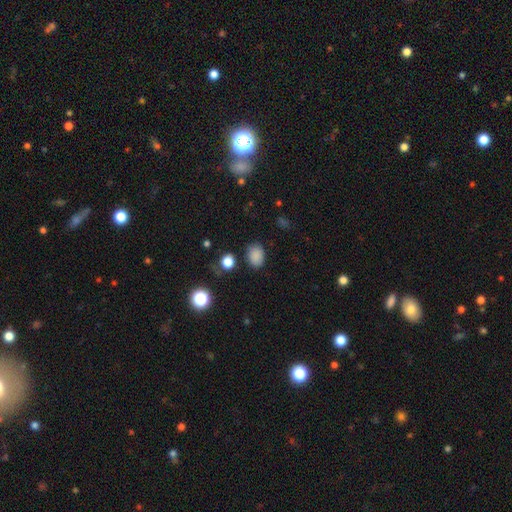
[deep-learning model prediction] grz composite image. It shows a smooth galaxy with no disk features (84%) that is in between round and cigar-shaped (68%). Merging: none (81%).